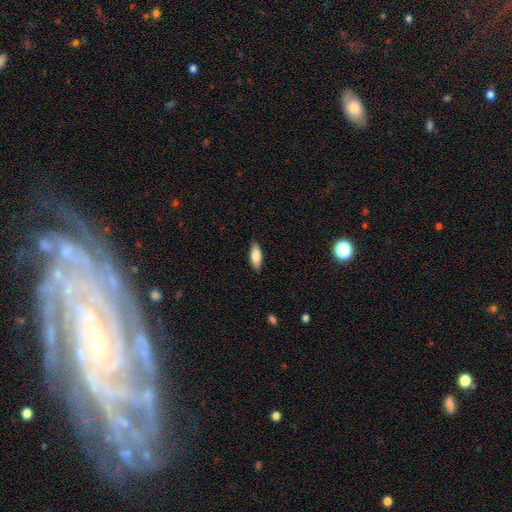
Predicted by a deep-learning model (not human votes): smooth-or-featured: smooth: 82% | featured or disk: 12% | star or artifact: 6%
  how-rounded: in between: 69% | cigar-shaped: 29% | round: 2%
  merging: none: 87% | minor disturbance: 10% | major disturbance: 2% | merger: 1%